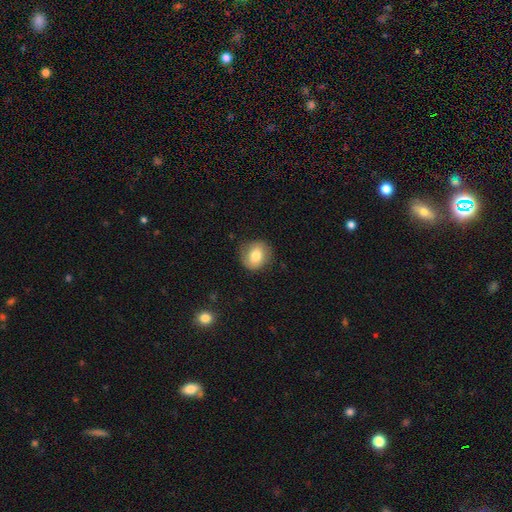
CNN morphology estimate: This is likely a smooth galaxy (70%). How rounded: likely round (75%). Merging: likely none (75%).